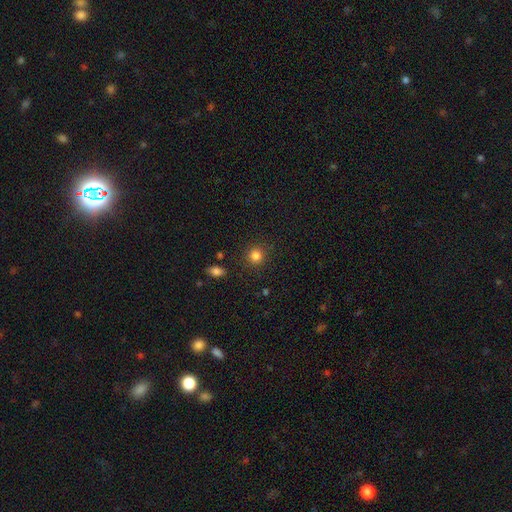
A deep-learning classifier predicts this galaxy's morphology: Q: Smooth or featured?
A: smooth (84%); runner-up: star or artifact (12%)
Q: How rounded?
A: round (90%); runner-up: in between (9%)
Q: Merging?
A: none (88%); runner-up: minor disturbance (8%)